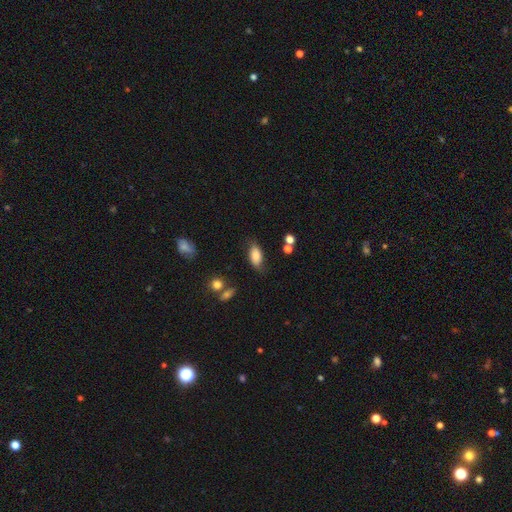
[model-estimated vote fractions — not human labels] Smooth or featured?
  - smooth: 80% *
  - featured or disk: 12%
  - star or artifact: 8%
How rounded?
  - in between: 89% *
  - cigar-shaped: 7%
  - round: 4%
Merging?
  - none: 71% *
  - minor disturbance: 21%
  - major disturbance: 5%
  - merger: 3%